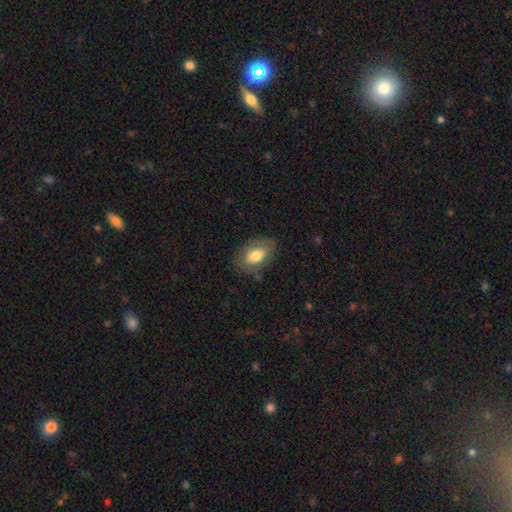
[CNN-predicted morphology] Q: Smooth or featured?
A: smooth (74%); runner-up: featured or disk (19%)
Q: How rounded?
A: in between (88%); runner-up: round (10%)
Q: Merging?
A: none (77%); runner-up: minor disturbance (16%)